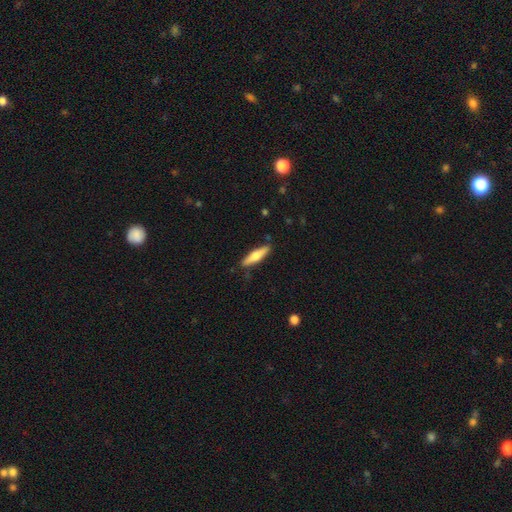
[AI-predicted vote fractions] This is possibly a smooth galaxy (54%). How rounded: likely cigar-shaped (78%). Merging: clearly none (87%).